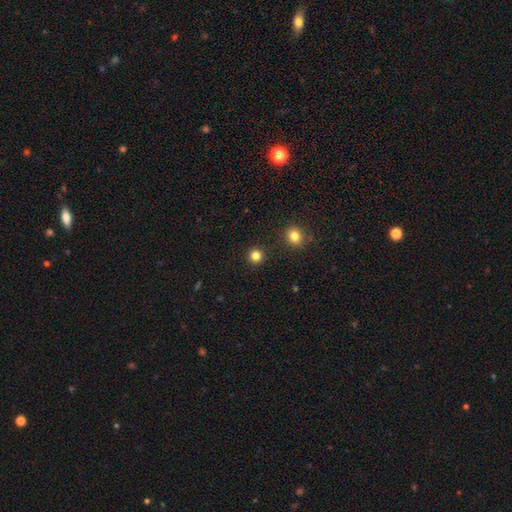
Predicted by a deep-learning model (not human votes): Overall: smooth (83%). How rounded: round (94%). Merging: none (92%).